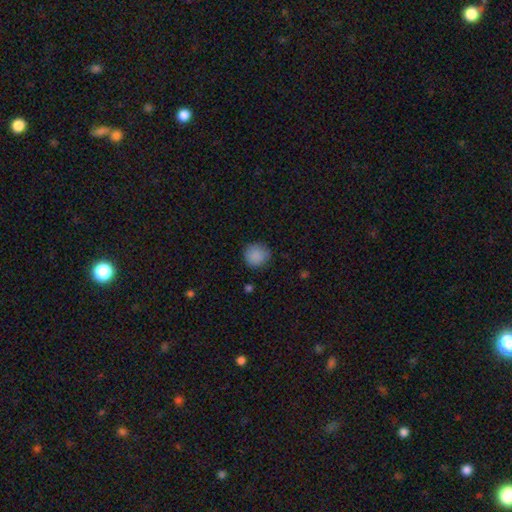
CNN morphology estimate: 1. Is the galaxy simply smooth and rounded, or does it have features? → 87% smooth, 9% star or artifact, 4% featured or disk.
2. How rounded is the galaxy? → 89% round, 10% in between, 1% cigar-shaped.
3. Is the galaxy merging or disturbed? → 81% none, 14% minor disturbance, 3% major disturbance, 1% merger.